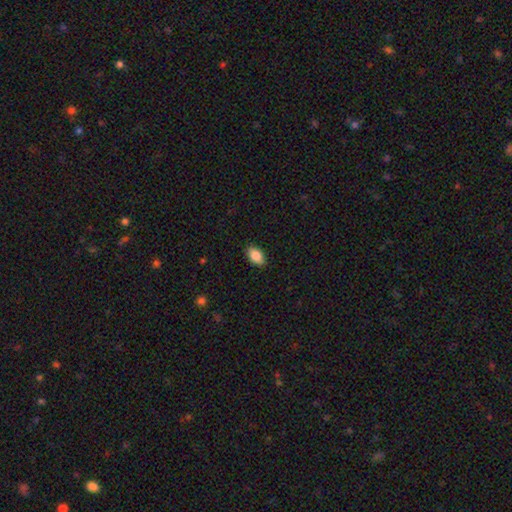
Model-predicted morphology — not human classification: A smooth galaxy with no disk features (86%) that is in between round and cigar-shaped (92%).

Vote fractions:
- Smooth or featured? smooth: 86% / featured or disk: 7% / star or artifact: 7%
- How rounded? in between: 92% / round: 6% / cigar-shaped: 2%
- Merging? none: 89% / minor disturbance: 9% / major disturbance: 2% / merger: 1%